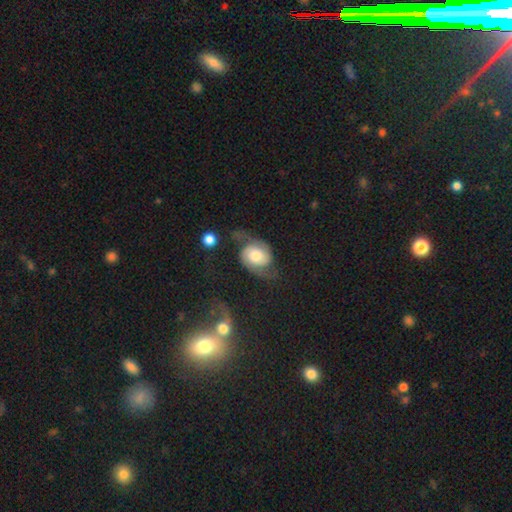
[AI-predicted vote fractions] smooth-or-featured: featured or disk: 71% | smooth: 21% | star or artifact: 8%
  disk-edge-on: no: 97% | yes: 3%
    bar: no: 71% | weak: 23% | strong: 5%
    has-spiral-arms: yes: 92% | no: 8%
      spiral-winding: medium: 43% | loose: 37% | tight: 20%
      spiral-arm-count: 2: 91% | can't tell: 4% | 1: 2% | 3: 1% | 4: 1% | more than 4: 1%
    bulge-size: moderate: 47% | large: 28% | small: 16% | dominant: 6% | none: 3%
  merging: none: 54% | minor disturbance: 23% | major disturbance: 19% | merger: 4%